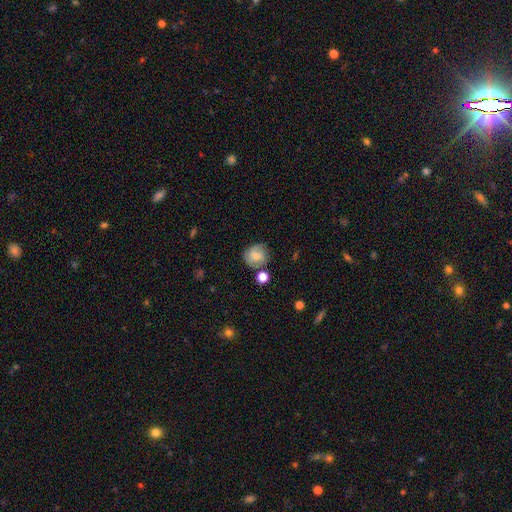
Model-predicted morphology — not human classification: This appears to be a smooth galaxy with no disk features (66%) that is round (85%). Merging: none (68%).